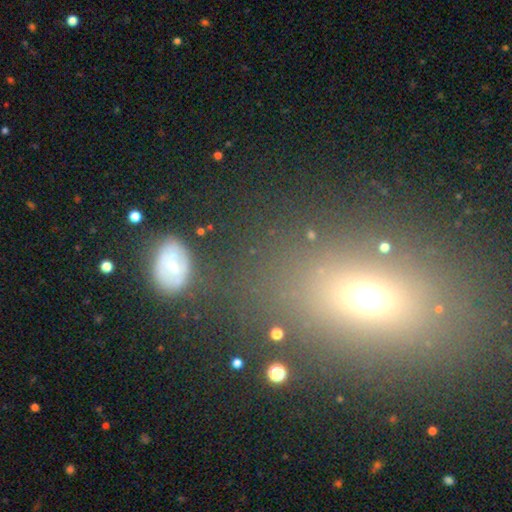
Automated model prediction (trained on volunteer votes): The model was most divided on "smooth or featured": smooth: 50%, star or artifact: 35%, featured or disk: 16%. More confident: merging — none (74%).